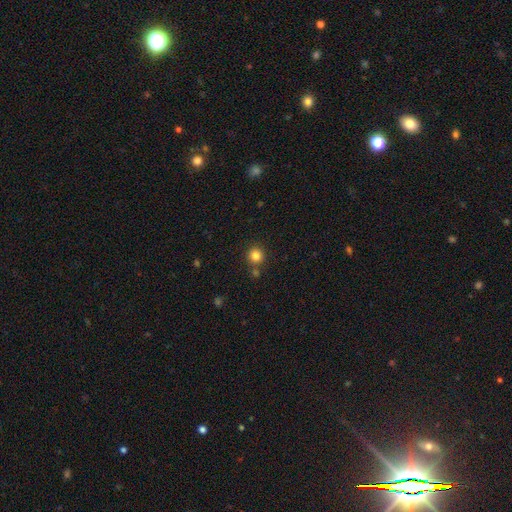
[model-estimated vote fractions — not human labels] This appears to be a smooth galaxy with no disk features (83%) that is round (93%). Merging: none (80%).